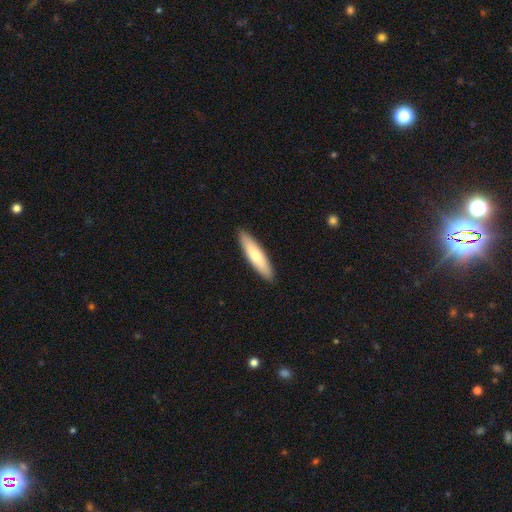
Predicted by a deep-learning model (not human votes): This appears to be a smooth galaxy with no disk features (69%) that is cigar-shaped (75%). Merging: none (91%).